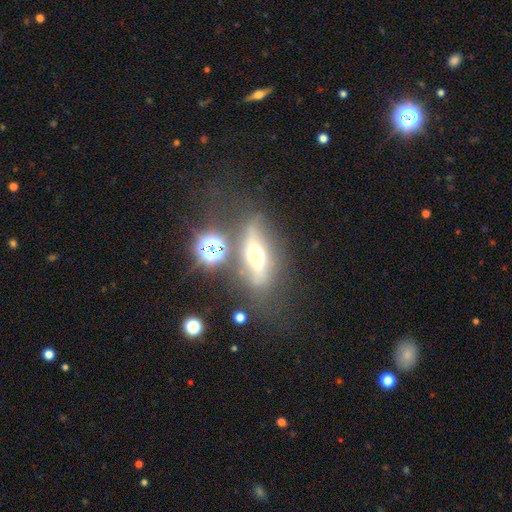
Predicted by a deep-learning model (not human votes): A featured or disk galaxy (56%) viewed edge-on (68%). Merging: none (65%).